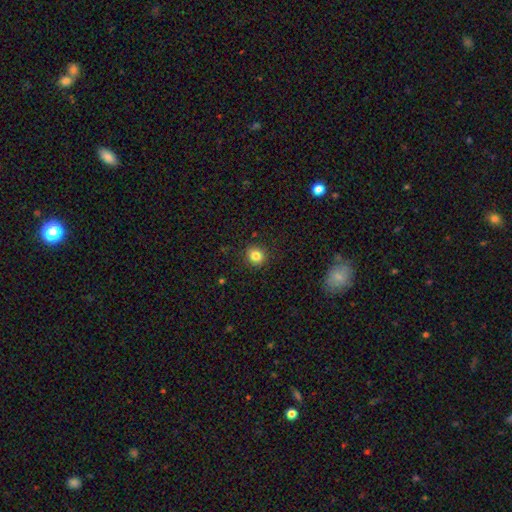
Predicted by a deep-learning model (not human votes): Overall: smooth (83%). How rounded: round (84%). Merging: none (90%).